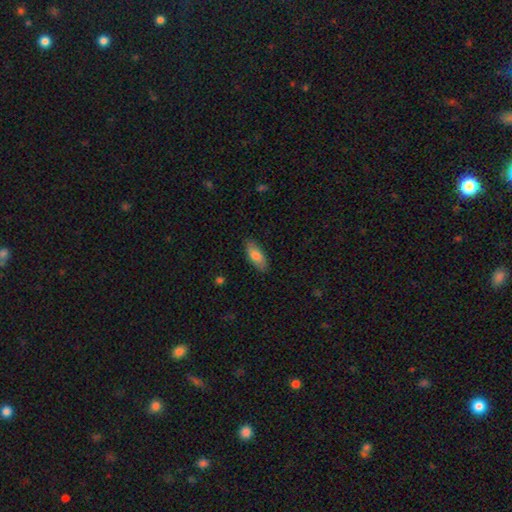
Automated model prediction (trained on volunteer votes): This appears to be a smooth galaxy with no disk features (80%) that is in between round and cigar-shaped (80%). Merging: none (85%).